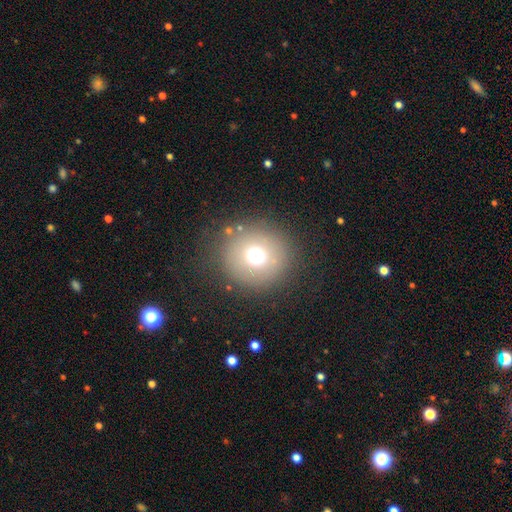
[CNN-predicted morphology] smooth-or-featured: smooth: 68% | star or artifact: 19% | featured or disk: 13%
  how-rounded: round: 93% | in between: 6% | cigar-shaped: 1%
  merging: none: 83% | minor disturbance: 8% | major disturbance: 6% | merger: 3%